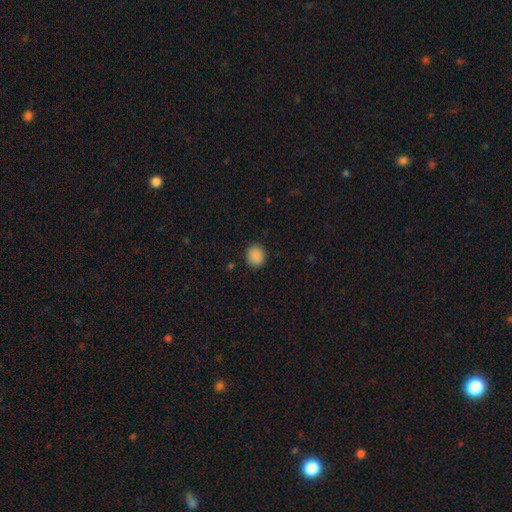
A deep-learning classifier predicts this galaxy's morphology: smooth 88%, star or artifact 9%, featured or disk 3%. Down the decision tree: how rounded — round (80%); merging — none (90%).